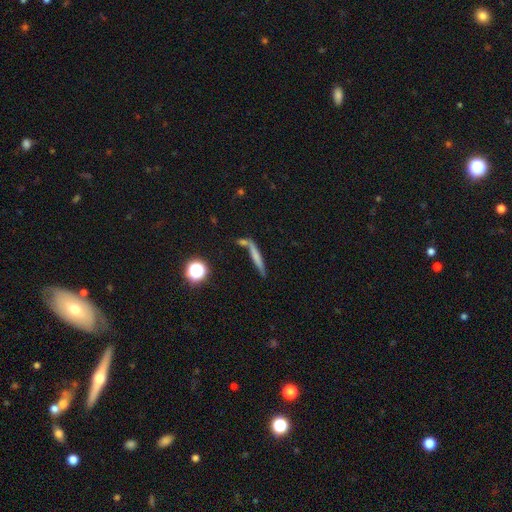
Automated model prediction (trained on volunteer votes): A smooth galaxy with no disk features (52%) that is cigar-shaped (87%). Merging: none (57%).